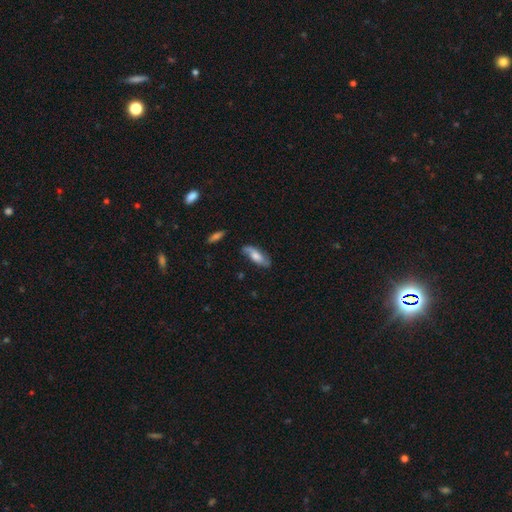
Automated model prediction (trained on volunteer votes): Morphology: type=smooth (54%); roundness=in between (67%); merging=none (72%).